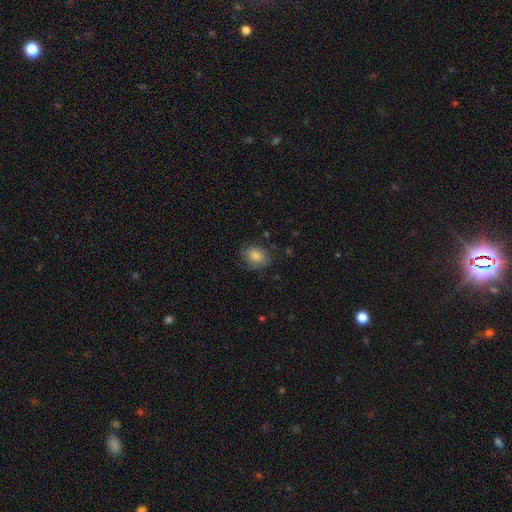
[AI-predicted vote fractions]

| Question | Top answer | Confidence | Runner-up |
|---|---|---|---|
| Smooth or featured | smooth | 79% | featured or disk (12%) |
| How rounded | in between | 52% | round (47%) |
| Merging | none | 73% | minor disturbance (19%) |